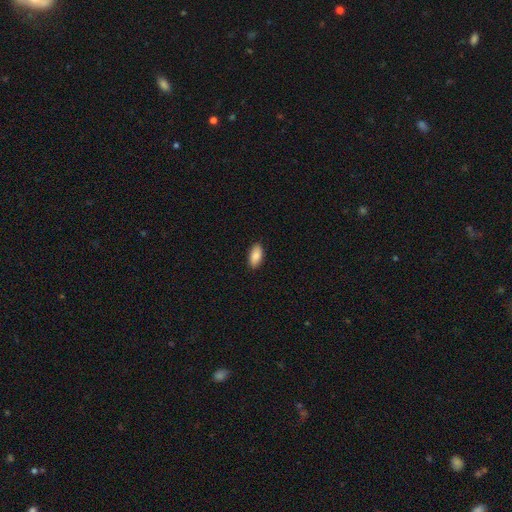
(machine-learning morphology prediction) Overall: smooth (88%). How rounded: in between (92%). Merging: none (89%).